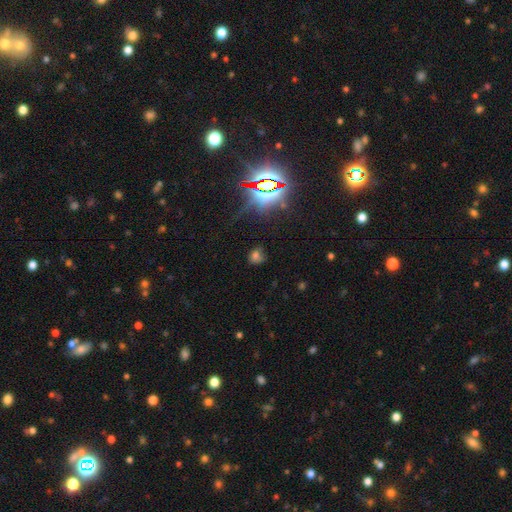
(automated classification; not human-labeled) smooth_or_featured: smooth (p=0.55) [alt: star or artifact p=0.34]
how_rounded: round (p=0.55) [alt: in between p=0.43]
merging: none (p=0.68) [alt: minor disturbance p=0.19]